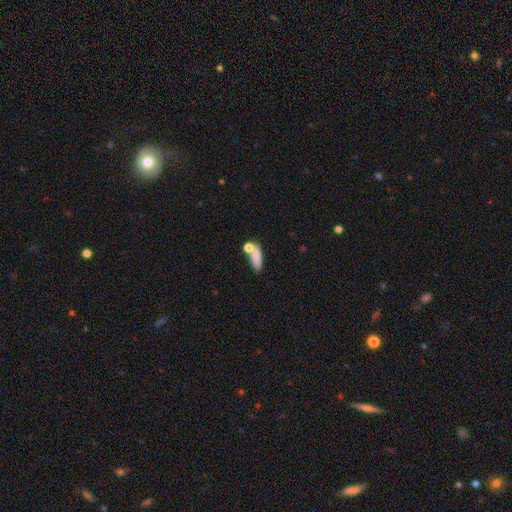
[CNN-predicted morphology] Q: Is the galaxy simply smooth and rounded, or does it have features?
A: smooth — 78%.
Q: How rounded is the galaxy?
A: in between — 59%.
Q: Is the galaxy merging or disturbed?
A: none — 49%.